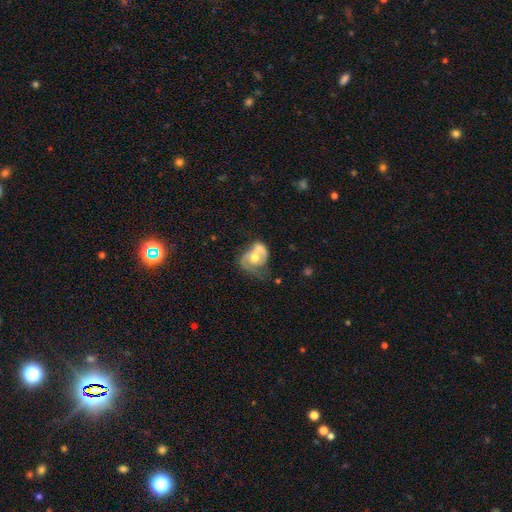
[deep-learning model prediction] A featured or disk galaxy (55%) with no bar (79%), spiral arms (53%) and a moderate central bulge (69%). Merging: merger (31%).